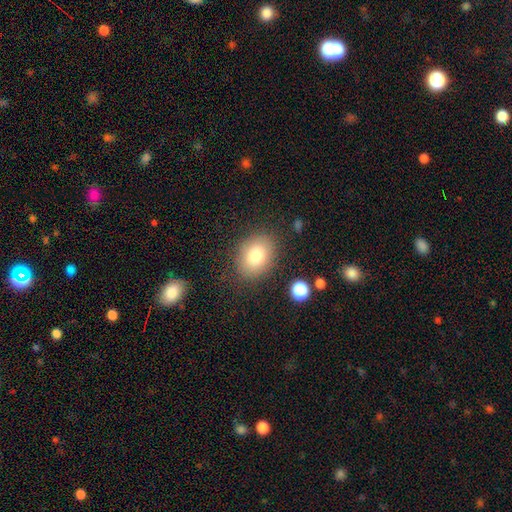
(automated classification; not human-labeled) A smooth galaxy with no disk features (79%) that is in between round and cigar-shaped (58%). Merging: none (82%).